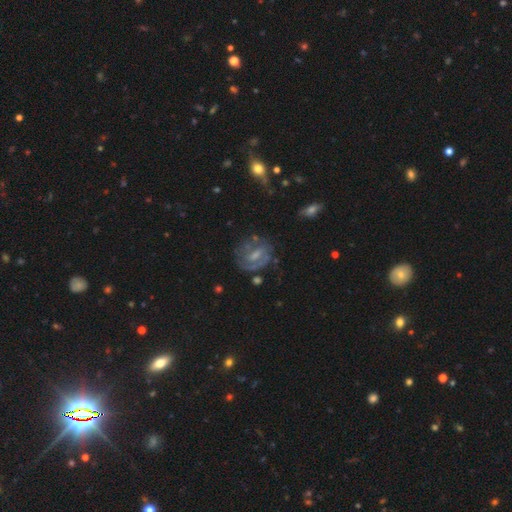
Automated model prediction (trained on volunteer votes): A featured or disk galaxy (71%) with a weak bar (51%), 2 (47%) tight (49%) spiral arms (77%) and a small central bulge (38%).

Vote fractions:
- Smooth or featured? featured or disk: 71% / smooth: 21% / star or artifact: 9%
- Edge-on disk? no: 96% / yes: 4%
- Bar? weak: 51% / no: 25% / strong: 24%
- Spiral arms? yes: 77% / no: 23%
- Spiral winding? tight: 49% / medium: 37% / loose: 14%
- Spiral arm count? 2: 47% / can't tell: 29% / 1: 13% / 3: 7% / 4: 2% / more than 4: 2%
- Bulge size? small: 38% / moderate: 33% / none: 23% / large: 4% / dominant: 1%
- Merging? none: 62% / minor disturbance: 21% / major disturbance: 13% / merger: 4%